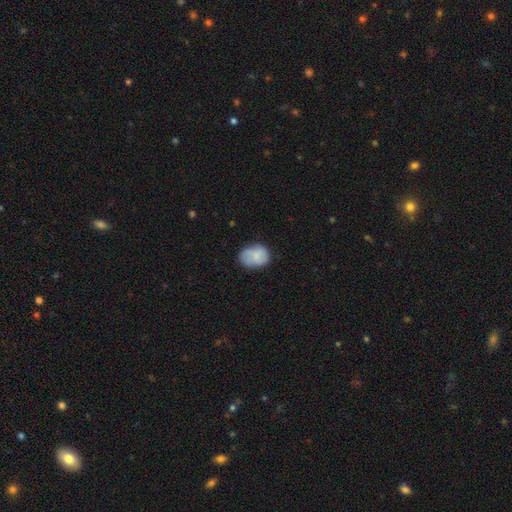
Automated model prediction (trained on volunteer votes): Q: Smooth or featured?
A: smooth (79%); runner-up: featured or disk (14%)
Q: How rounded?
A: in between (65%); runner-up: round (34%)
Q: Merging?
A: none (61%); runner-up: minor disturbance (29%)